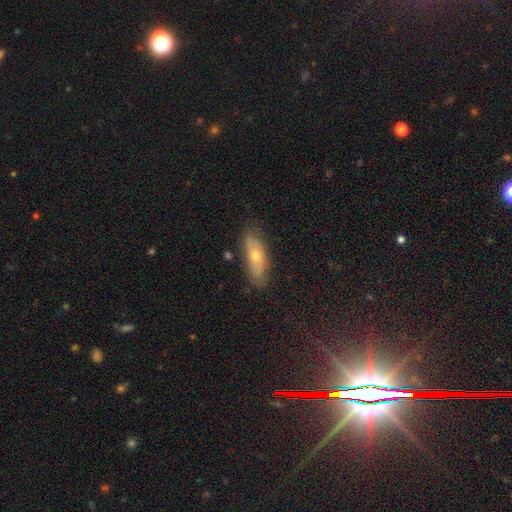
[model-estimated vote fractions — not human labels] This is possibly a smooth galaxy (52%). How rounded: possibly in between (59%). Merging: likely none (76%).